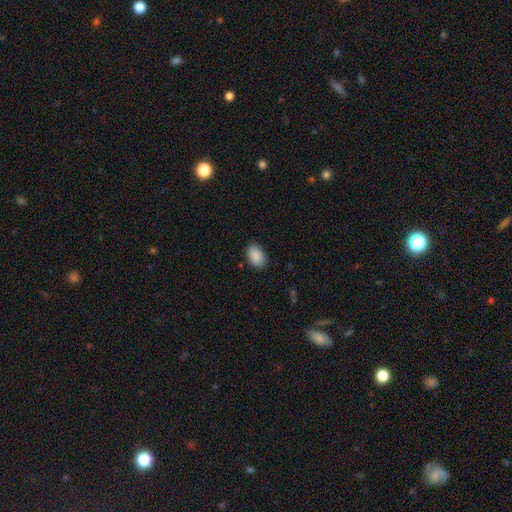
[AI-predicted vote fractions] The model was most divided on "merging": none: 86%, minor disturbance: 11%, major disturbance: 2%, merger: 1%. More confident: smooth or featured — smooth (89%); how rounded — in between (88%).